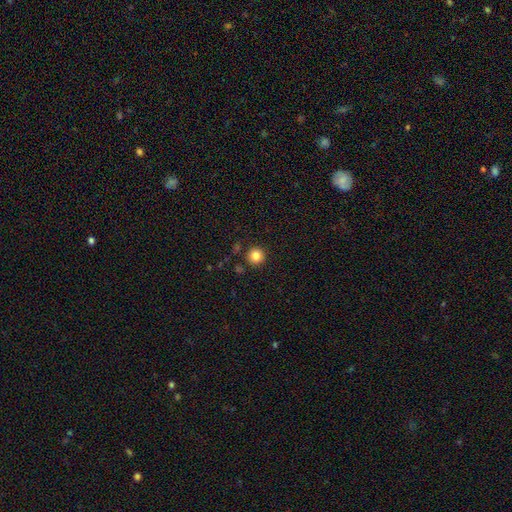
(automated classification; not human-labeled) This appears to be a smooth galaxy with no disk features (84%) that is round (96%). Merging: none (90%).